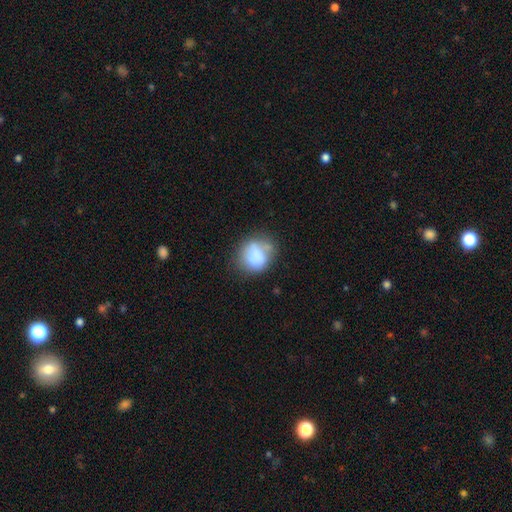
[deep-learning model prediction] Smooth or featured? Predicted: smooth (p=0.67). How rounded? Predicted: round (p=0.61). Merging? Predicted: none (p=0.46).